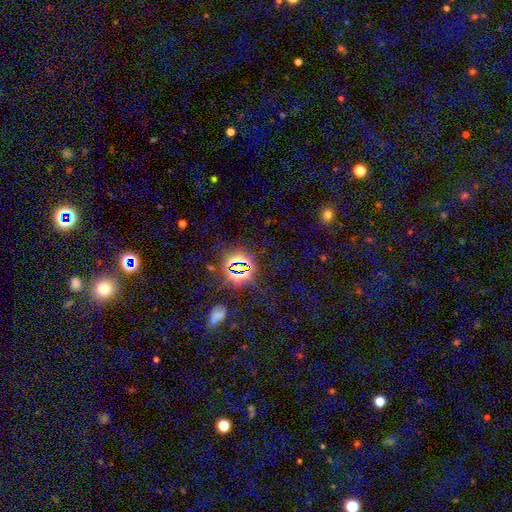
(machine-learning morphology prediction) The model was most divided on "smooth or featured": star or artifact: 76%, smooth: 15%, featured or disk: 9%.